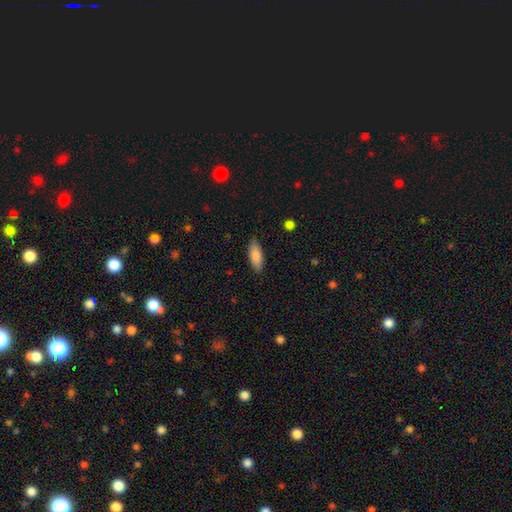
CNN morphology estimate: Smooth or featured? smooth (85%)
How rounded? in between (73%)
Merging? none (86%)